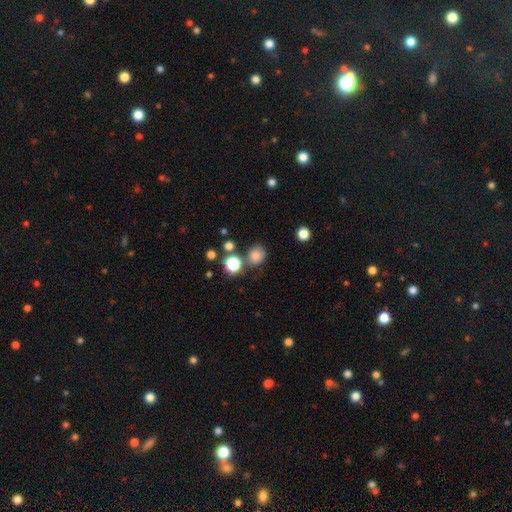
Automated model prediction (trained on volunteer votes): A smooth galaxy with no disk features (81%) that is round (76%). Merging: none (73%).